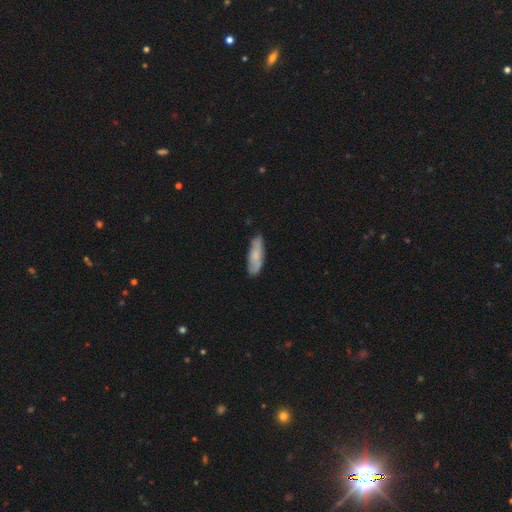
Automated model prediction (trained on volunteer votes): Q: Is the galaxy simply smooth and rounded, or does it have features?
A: smooth — 68%.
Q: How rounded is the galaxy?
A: in between — 52%.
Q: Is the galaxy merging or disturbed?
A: none — 79%.